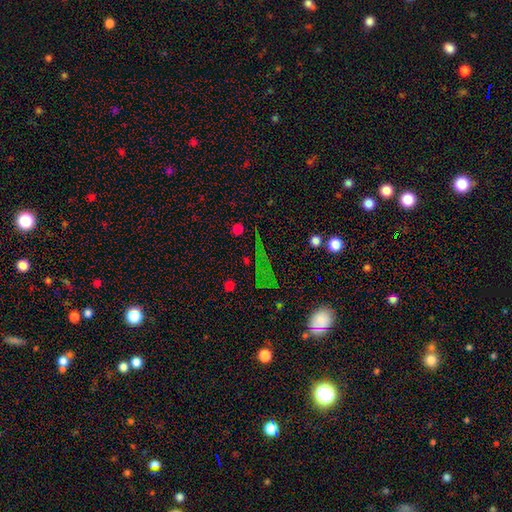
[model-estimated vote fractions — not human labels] Smooth or featured: star or artifact — 65% (smooth — 24%)